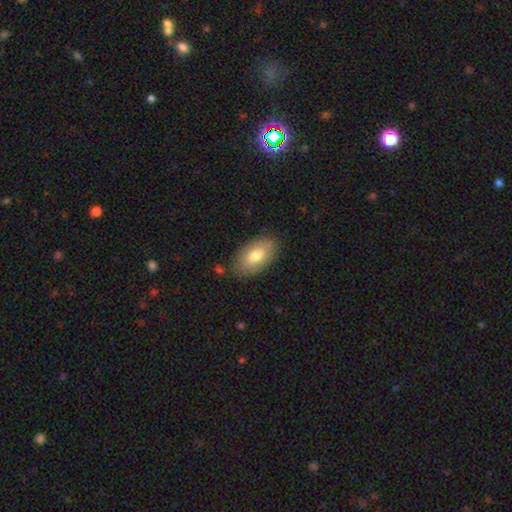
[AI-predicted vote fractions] Smooth or featured: smooth — 75% (featured or disk — 18%)
How rounded: in between — 94% (round — 4%)
Merging: none — 83% (minor disturbance — 12%)